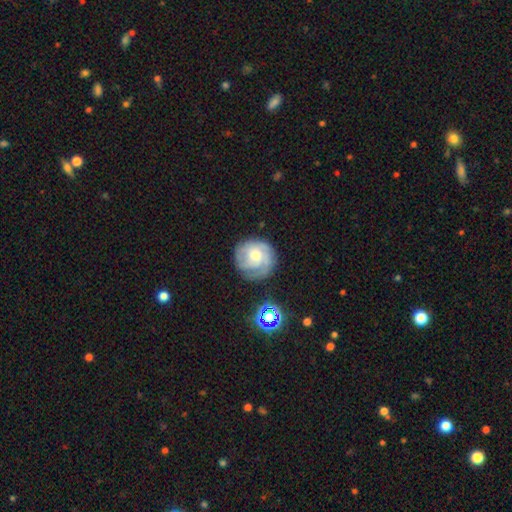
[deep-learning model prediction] Overall: featured or disk (62%; smooth 29%). Edge-on disk: no (98%). Bar: no (76%). Spiral arms: yes (86%). Spiral arm count: can't tell (42%; 3 21%). Spiral winding: tight (63%; medium 28%). Bulge size: moderate (52%; small 38%). Merging: none (74%).